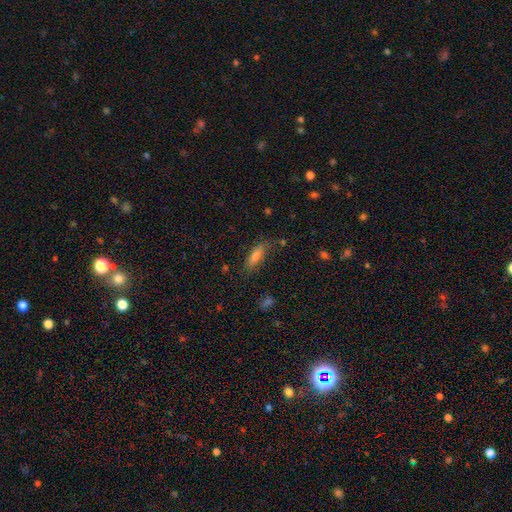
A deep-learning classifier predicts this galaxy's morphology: smooth-or-featured: smooth: 69% | featured or disk: 19% | star or artifact: 12%
  how-rounded: in between: 50% | cigar-shaped: 48% | round: 3%
  merging: none: 77% | minor disturbance: 16% | major disturbance: 4% | merger: 2%